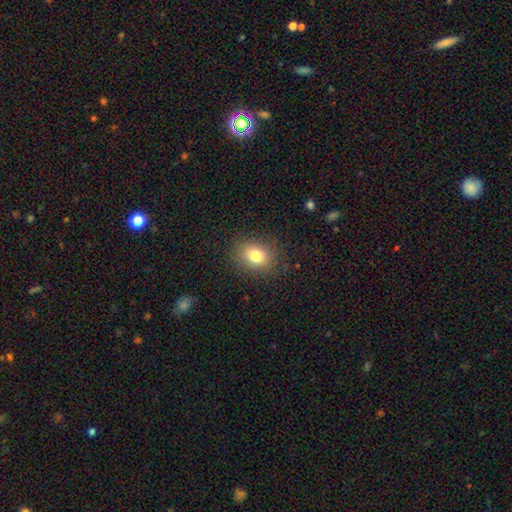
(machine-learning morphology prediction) The model was most divided on "how rounded": in between: 56%, round: 43%, cigar-shaped: 1%. More confident: merging — none (87%); smooth or featured — smooth (80%).